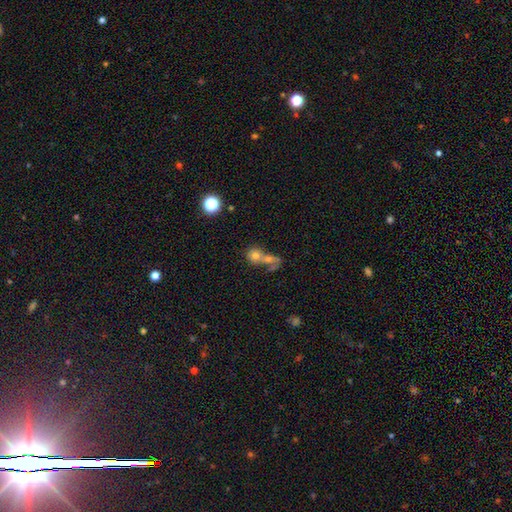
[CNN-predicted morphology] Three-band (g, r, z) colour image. It shows a smooth galaxy with no disk features (69%) that is round (73%). Merging: merger (65%).